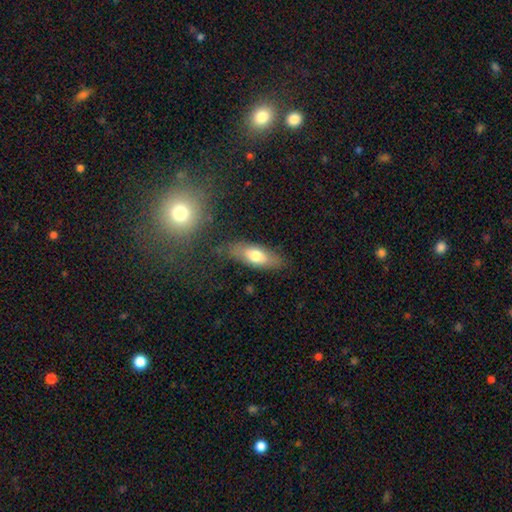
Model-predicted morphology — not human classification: Smooth or featured?
  - smooth: 67% *
  - featured or disk: 26%
  - star or artifact: 7%
How rounded?
  - in between: 70% *
  - cigar-shaped: 27%
  - round: 3%
Merging?
  - none: 78% *
  - minor disturbance: 16%
  - major disturbance: 4%
  - merger: 3%